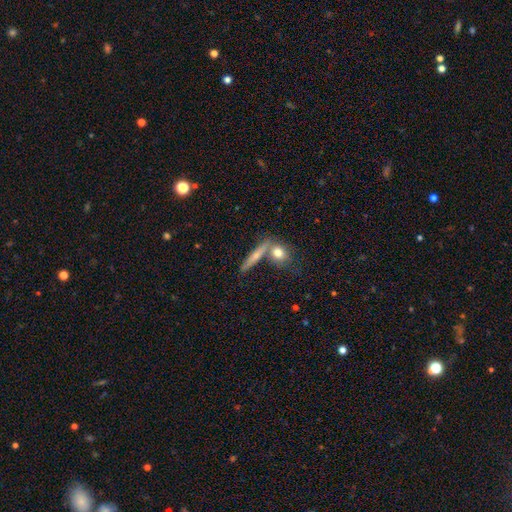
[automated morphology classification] smooth_or_featured: smooth (p=0.57) [alt: featured or disk p=0.35]
how_rounded: cigar-shaped (p=0.72) [alt: in between p=0.17]
merging: none (p=0.64) [alt: merger p=0.22]